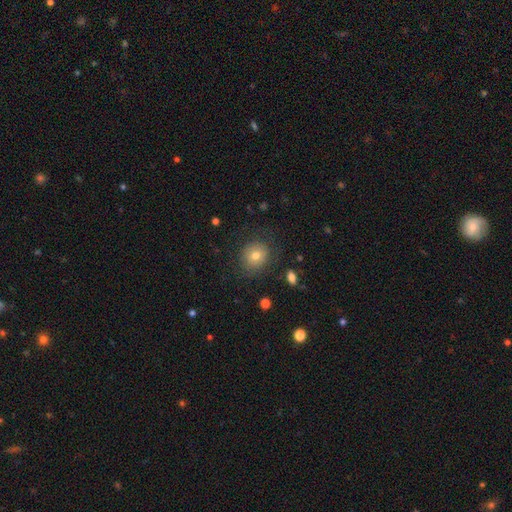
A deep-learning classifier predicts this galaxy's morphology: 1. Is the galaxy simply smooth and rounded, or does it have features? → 72% smooth, 15% featured or disk, 12% star or artifact.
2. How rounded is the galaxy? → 80% round, 19% in between, 1% cigar-shaped.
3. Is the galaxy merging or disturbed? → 79% none, 13% minor disturbance, 6% major disturbance, 1% merger.